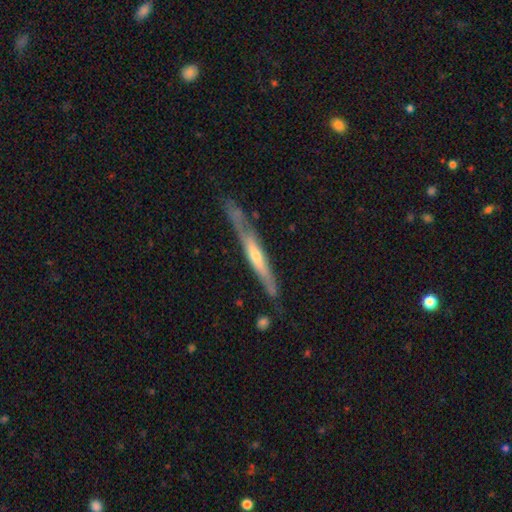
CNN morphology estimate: smooth-or-featured: featured or disk: 74% | smooth: 20% | star or artifact: 6%
  disk-edge-on: yes: 91% | no: 9%
    edge-on-bulge: rounded: 59% | none: 35% | boxy: 6%
  merging: none: 75% | minor disturbance: 18% | major disturbance: 4% | merger: 3%